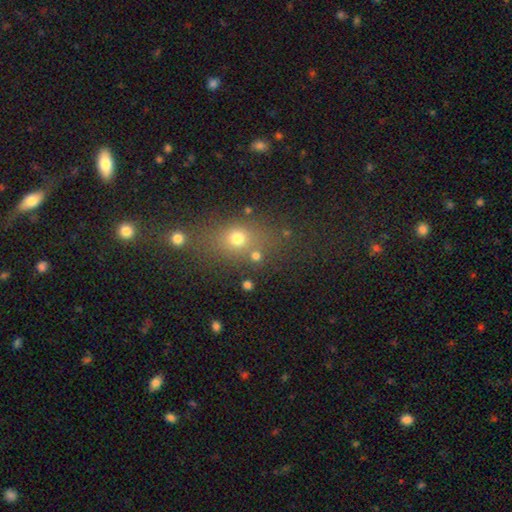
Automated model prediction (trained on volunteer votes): Morphology: type=smooth (67%); roundness=round (64%); merging=none (67%).